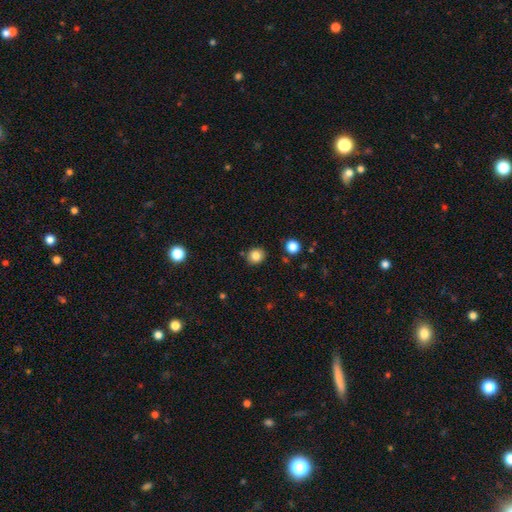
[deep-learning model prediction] Smooth or featured: smooth — 83% (star or artifact — 11%)
How rounded: round — 82% (in between — 17%)
Merging: none — 86% (minor disturbance — 8%)